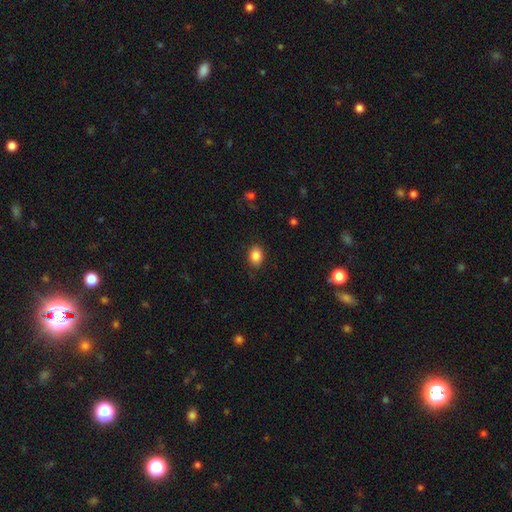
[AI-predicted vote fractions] smooth-or-featured: smooth: 86% | star or artifact: 9% | featured or disk: 5%
  how-rounded: in between: 73% | round: 26% | cigar-shaped: 1%
  merging: none: 85% | minor disturbance: 11% | major disturbance: 3% | merger: 1%